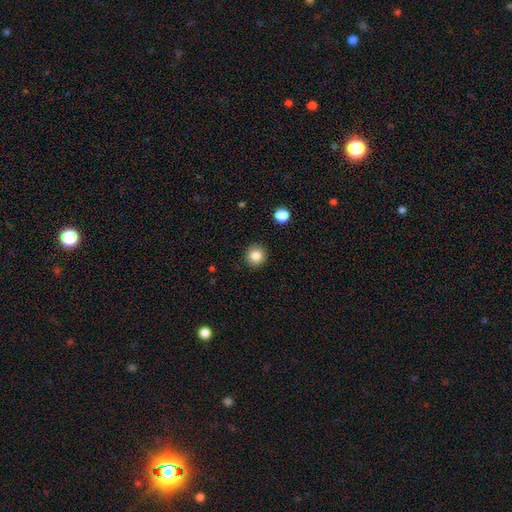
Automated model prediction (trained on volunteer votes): smooth_or_featured: smooth (p=0.83) [alt: star or artifact p=0.11]
how_rounded: round (p=0.93) [alt: in between p=0.06]
merging: none (p=0.92) [alt: minor disturbance p=0.06]